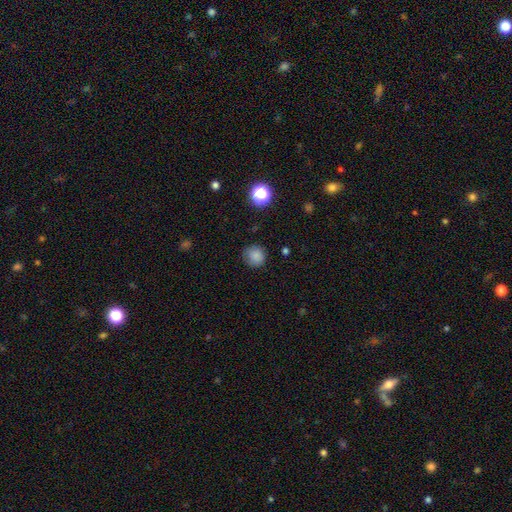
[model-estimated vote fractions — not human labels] Smooth or featured?
  - smooth: 83% *
  - star or artifact: 12%
  - featured or disk: 5%
How rounded?
  - round: 89% *
  - in between: 10%
  - cigar-shaped: 1%
Merging?
  - none: 80% *
  - minor disturbance: 15%
  - major disturbance: 4%
  - merger: 1%